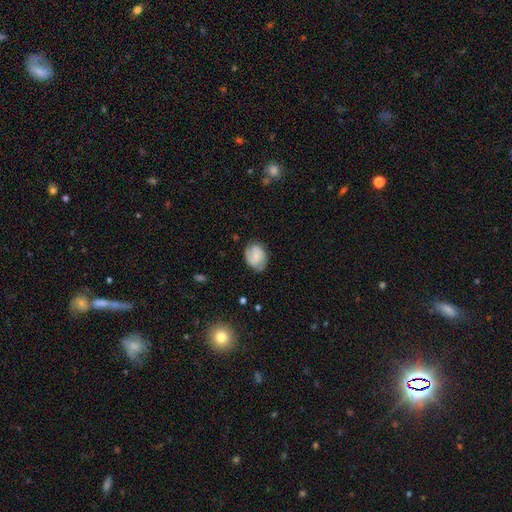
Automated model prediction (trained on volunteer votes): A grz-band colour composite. It shows a smooth galaxy with no disk features (52%) that is in between round and cigar-shaped (63%). Merging: none (71%).